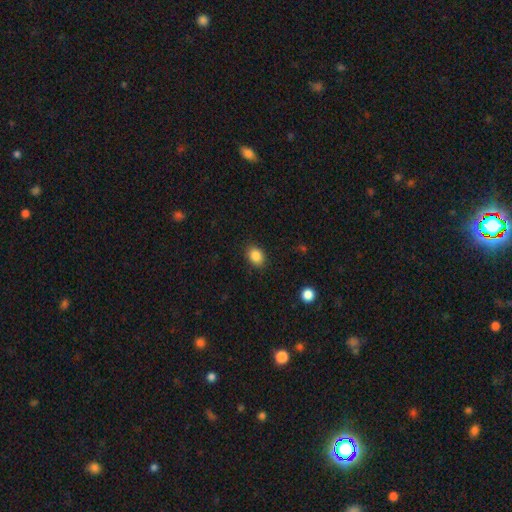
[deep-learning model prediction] Morphology: type=smooth (87%); roundness=in between (63%); merging=none (87%).